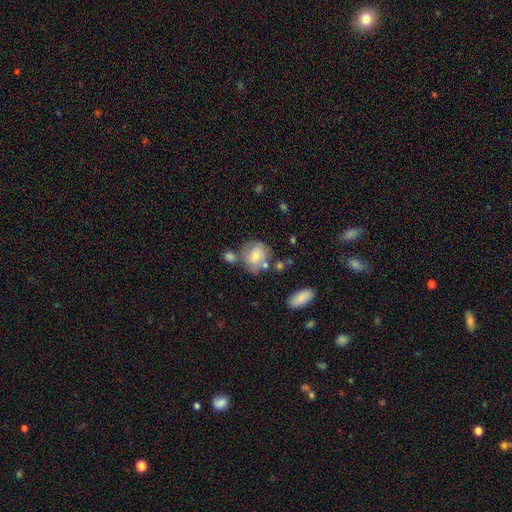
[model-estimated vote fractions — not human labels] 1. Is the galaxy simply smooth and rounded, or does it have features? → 65% smooth, 27% featured or disk, 8% star or artifact.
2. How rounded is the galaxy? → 71% round, 28% in between, 1% cigar-shaped.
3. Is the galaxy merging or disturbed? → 48% none, 24% merger, 20% minor disturbance, 8% major disturbance.